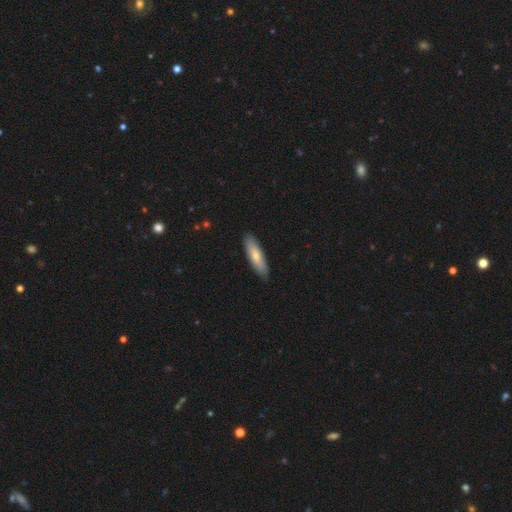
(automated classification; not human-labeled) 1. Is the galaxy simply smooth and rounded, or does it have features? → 72% smooth, 23% featured or disk, 5% star or artifact.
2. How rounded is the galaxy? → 56% cigar-shaped, 43% in between, 2% round.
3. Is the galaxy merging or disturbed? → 87% none, 10% minor disturbance, 2% major disturbance, 1% merger.